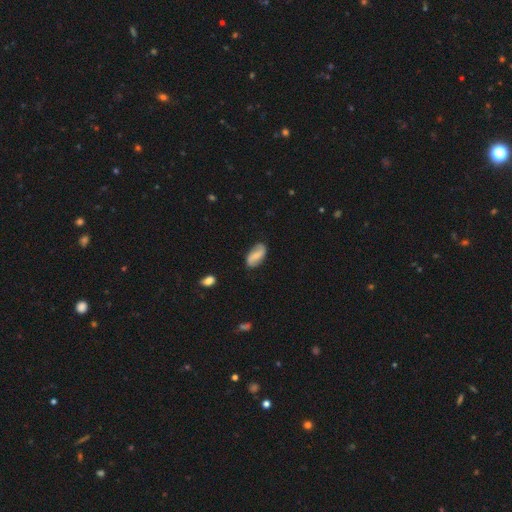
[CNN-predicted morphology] featured or disk 51%, smooth 42%, star or artifact 7%. Down the decision tree: edge-on disk — no (95%); merging — none (81%).